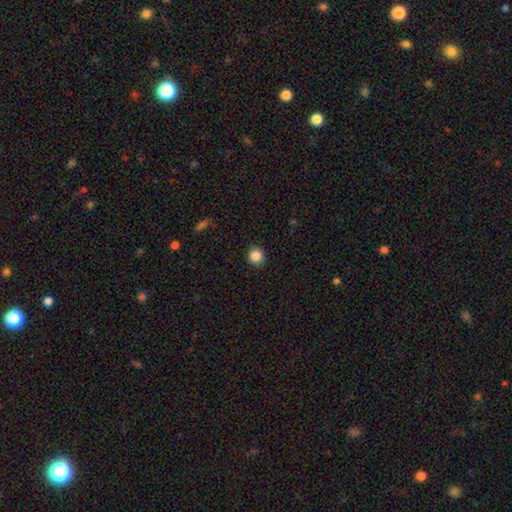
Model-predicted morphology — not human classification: Smooth or featured? smooth (86%)
How rounded? round (89%)
Merging? none (90%)